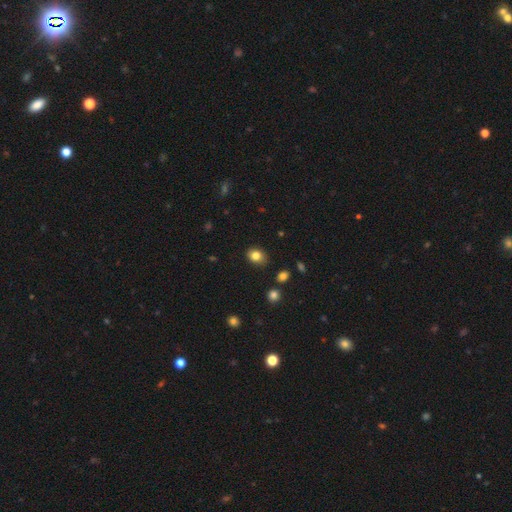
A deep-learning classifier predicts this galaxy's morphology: smooth 82%, star or artifact 11%, featured or disk 7%. Down the decision tree: how rounded — in between (52%); merging — none (81%).